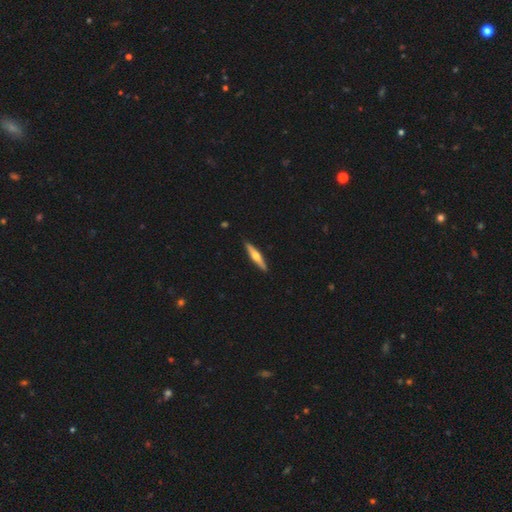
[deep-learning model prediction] smooth-or-featured: featured or disk: 57% | smooth: 38% | star or artifact: 5%
  disk-edge-on: yes: 96% | no: 4%
    edge-on-bulge: rounded: 90% | none: 5% | boxy: 4%
  merging: none: 91% | minor disturbance: 6% | major disturbance: 1% | merger: 1%